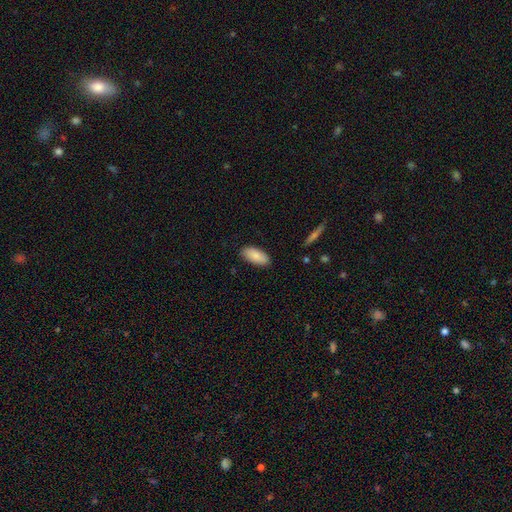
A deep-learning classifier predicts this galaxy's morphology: Overall: smooth (85%). How rounded: in between (90%). Merging: none (86%).